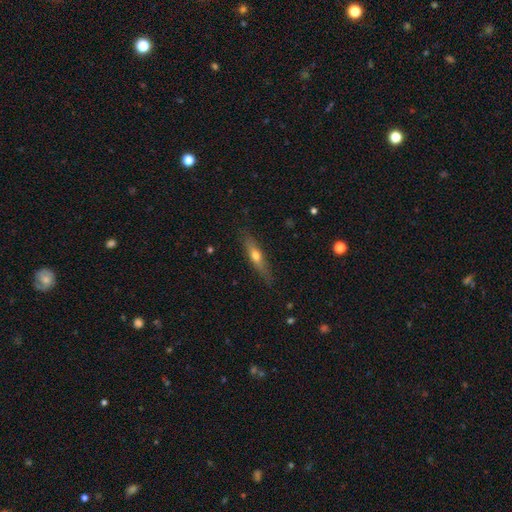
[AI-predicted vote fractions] smooth 50%, featured or disk 43%, star or artifact 7%. Down the decision tree: how rounded — cigar-shaped (77%); merging — none (83%).